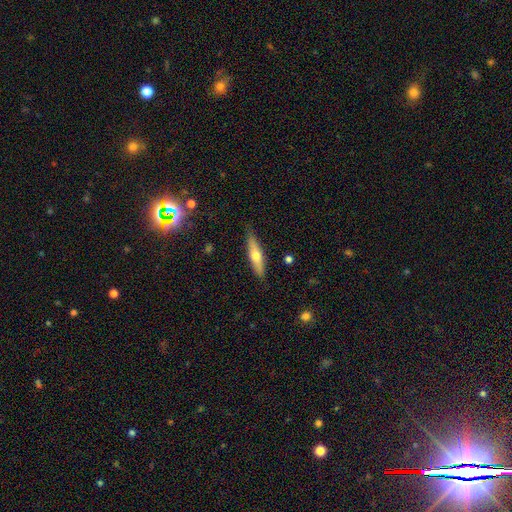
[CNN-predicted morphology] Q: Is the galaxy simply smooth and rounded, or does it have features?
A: smooth — 49%.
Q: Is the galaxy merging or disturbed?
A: none — 84%.